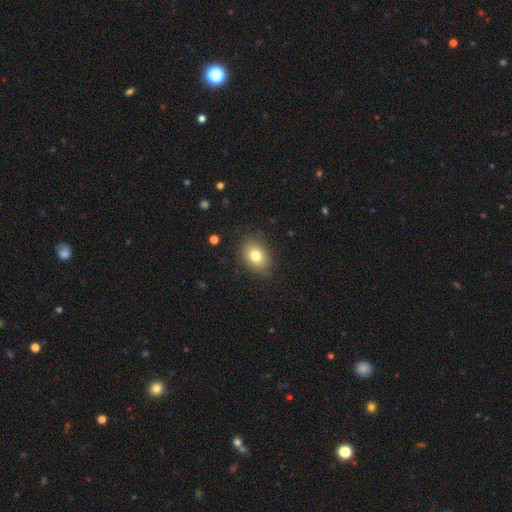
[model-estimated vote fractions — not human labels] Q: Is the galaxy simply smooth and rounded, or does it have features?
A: smooth — 79%.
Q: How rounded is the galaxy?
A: in between — 69%.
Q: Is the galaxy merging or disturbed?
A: none — 84%.